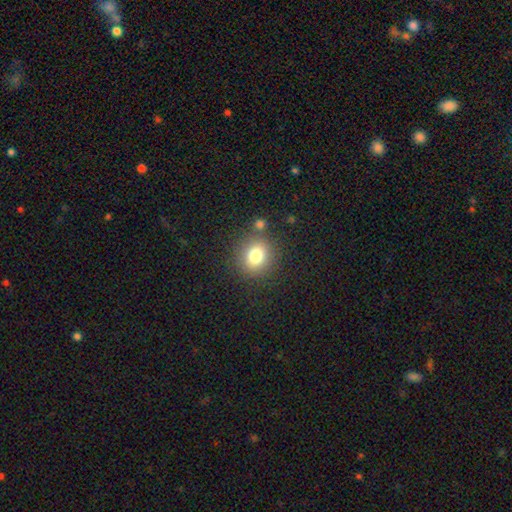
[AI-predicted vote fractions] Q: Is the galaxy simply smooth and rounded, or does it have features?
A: smooth — 79%.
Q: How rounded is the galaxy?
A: round — 78%.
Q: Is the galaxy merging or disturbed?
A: none — 79%.